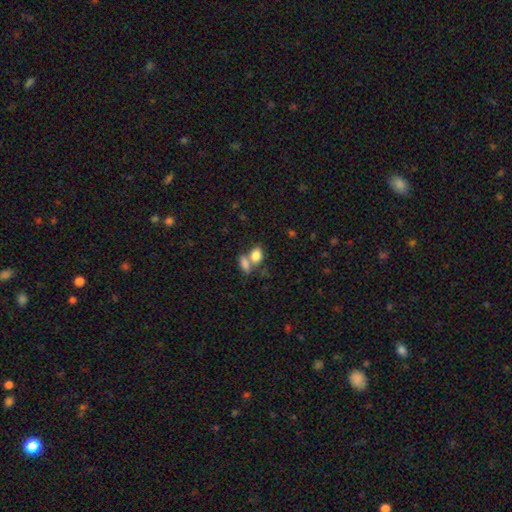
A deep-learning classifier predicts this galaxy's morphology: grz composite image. It shows a smooth galaxy with no disk features (82%) that is in between round and cigar-shaped (78%). Merging: merger (50%).